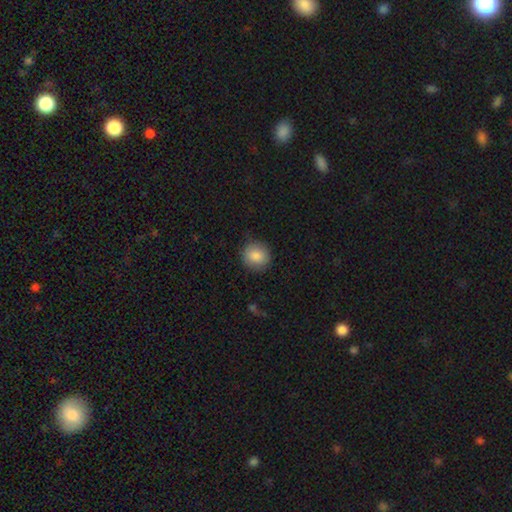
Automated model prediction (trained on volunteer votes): This appears to be a smooth galaxy with no disk features (86%) that is round (91%). Merging: none (88%).